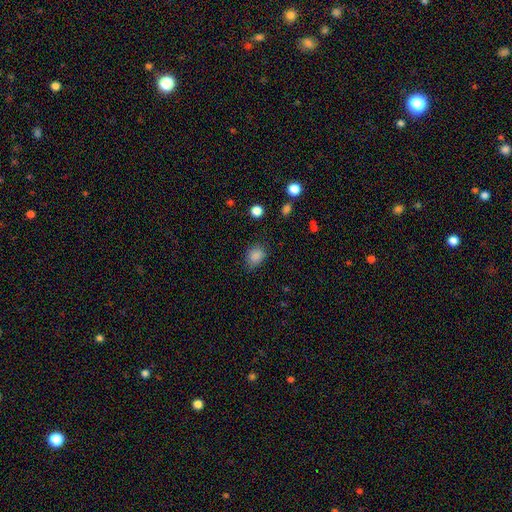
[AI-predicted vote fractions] The model was most divided on "how rounded": in between: 54%, round: 45%, cigar-shaped: 1%. More confident: smooth or featured — smooth (85%); merging — none (71%).